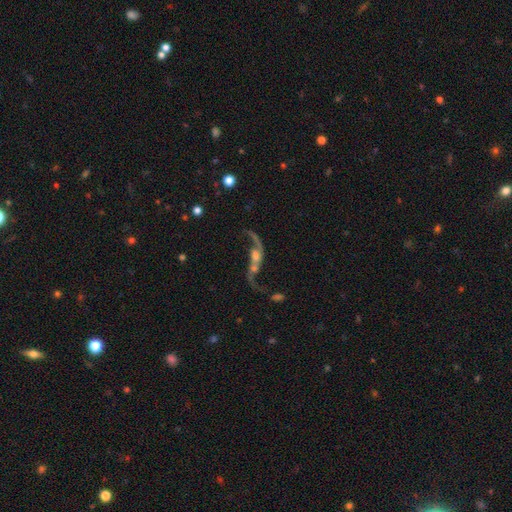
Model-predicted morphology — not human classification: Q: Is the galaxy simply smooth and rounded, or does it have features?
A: featured or disk — 82%.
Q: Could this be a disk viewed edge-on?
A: no — 92%.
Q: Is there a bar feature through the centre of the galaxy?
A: no — 55%.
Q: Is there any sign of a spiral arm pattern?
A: yes — 90%.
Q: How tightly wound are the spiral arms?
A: loose — 93%.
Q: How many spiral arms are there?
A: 2 — 89%.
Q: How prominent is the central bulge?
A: moderate — 40%.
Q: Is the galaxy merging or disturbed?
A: merger — 37%.